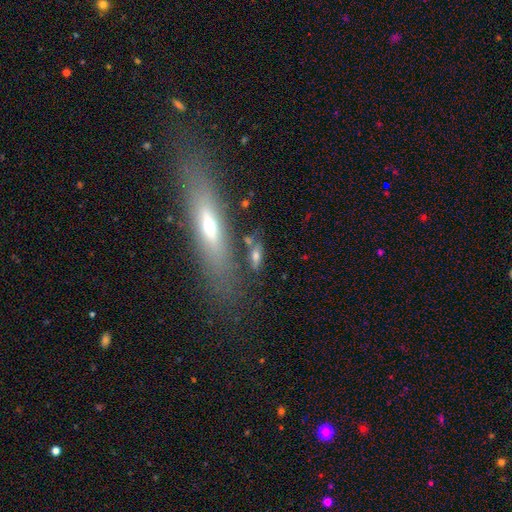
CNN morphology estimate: smooth_or_featured: smooth (p=0.55) [alt: featured or disk p=0.33]
how_rounded: in between (p=0.54) [alt: cigar-shaped p=0.39]
merging: none (p=0.66) [alt: minor disturbance p=0.15]